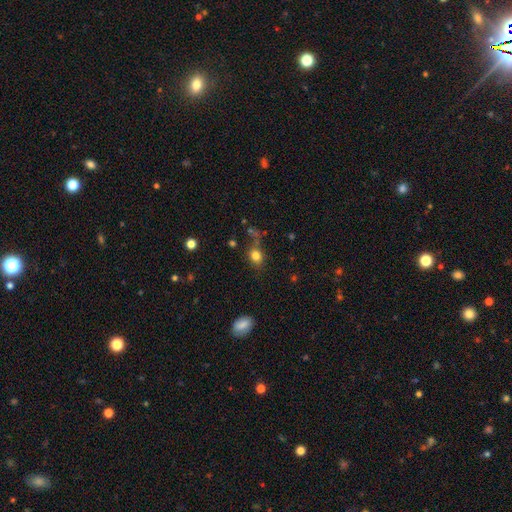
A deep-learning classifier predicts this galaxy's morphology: Q: Smooth or featured?
A: smooth (79%); runner-up: star or artifact (13%)
Q: How rounded?
A: round (56%); runner-up: in between (42%)
Q: Merging?
A: none (64%); runner-up: minor disturbance (19%)